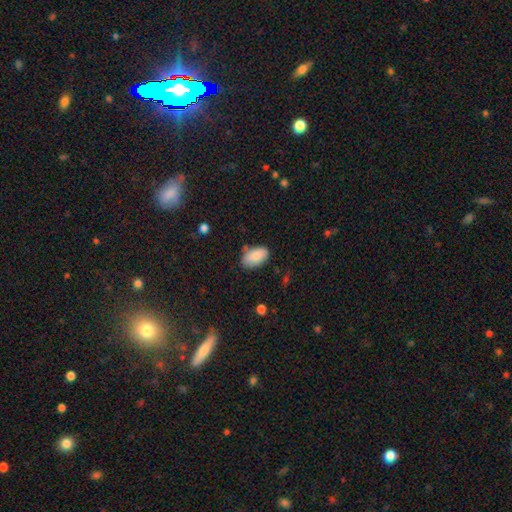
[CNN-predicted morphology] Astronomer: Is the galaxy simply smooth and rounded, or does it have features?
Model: smooth — 85%.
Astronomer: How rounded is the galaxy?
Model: in between — 94%.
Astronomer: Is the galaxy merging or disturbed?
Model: none — 72%.